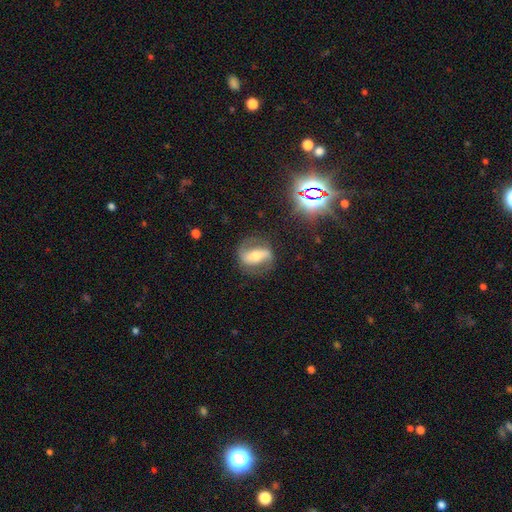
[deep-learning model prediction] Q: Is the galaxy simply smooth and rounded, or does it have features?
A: featured or disk — 71%.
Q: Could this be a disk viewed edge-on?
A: no — 91%.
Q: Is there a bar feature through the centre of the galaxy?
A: strong — 55%.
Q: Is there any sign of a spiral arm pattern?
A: yes — 84%.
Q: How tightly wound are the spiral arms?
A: medium — 41%.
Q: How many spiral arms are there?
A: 2 — 86%.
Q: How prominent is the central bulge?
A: moderate — 59%.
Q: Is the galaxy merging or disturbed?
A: none — 75%.